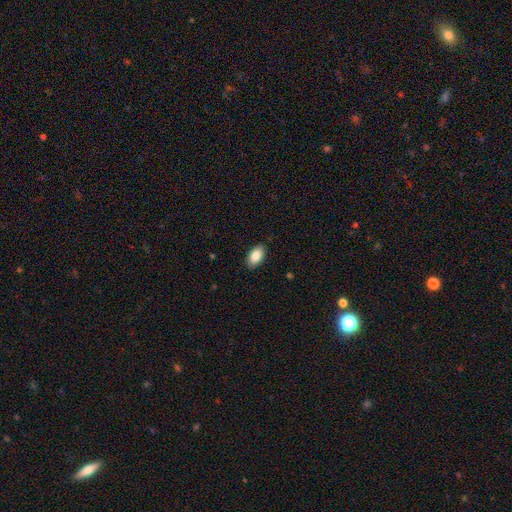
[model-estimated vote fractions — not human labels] Morphology: type=smooth (87%); roundness=in between (94%); merging=none (88%).